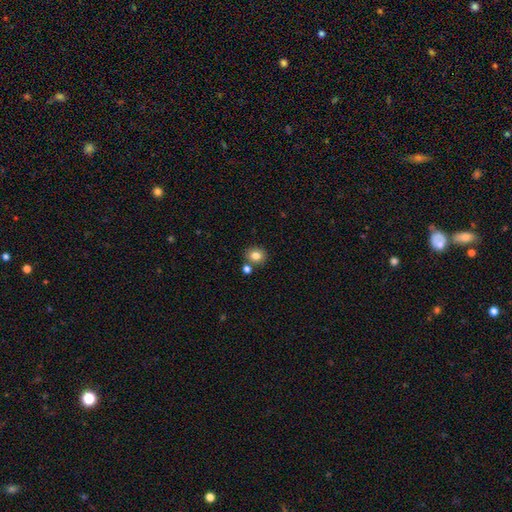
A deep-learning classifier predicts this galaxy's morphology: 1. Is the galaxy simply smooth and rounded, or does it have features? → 81% smooth, 11% star or artifact, 8% featured or disk.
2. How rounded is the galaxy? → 71% round, 28% in between, 1% cigar-shaped.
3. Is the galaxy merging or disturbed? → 75% none, 13% merger, 9% minor disturbance, 2% major disturbance.